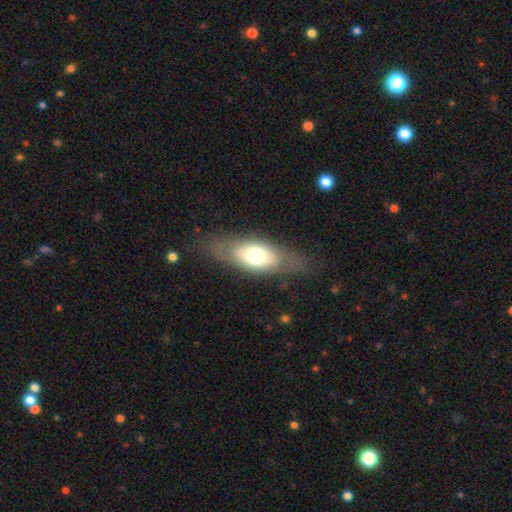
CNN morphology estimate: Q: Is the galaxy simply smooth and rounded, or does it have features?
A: smooth — 56%.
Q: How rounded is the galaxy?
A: in between — 79%.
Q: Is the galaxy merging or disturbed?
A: none — 72%.